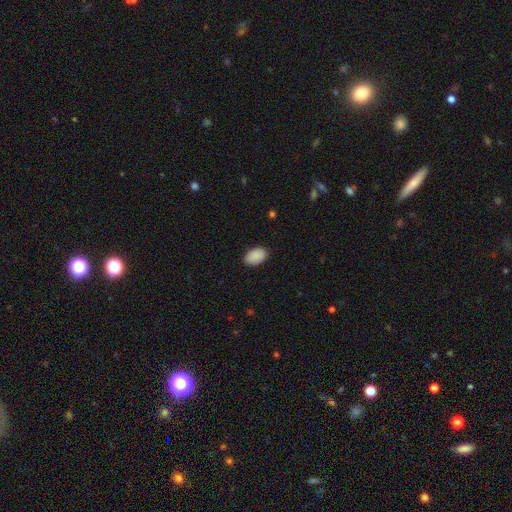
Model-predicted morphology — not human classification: Smooth or featured: smooth — 90% (star or artifact — 7%)
How rounded: in between — 91% (round — 8%)
Merging: none — 87% (minor disturbance — 10%)